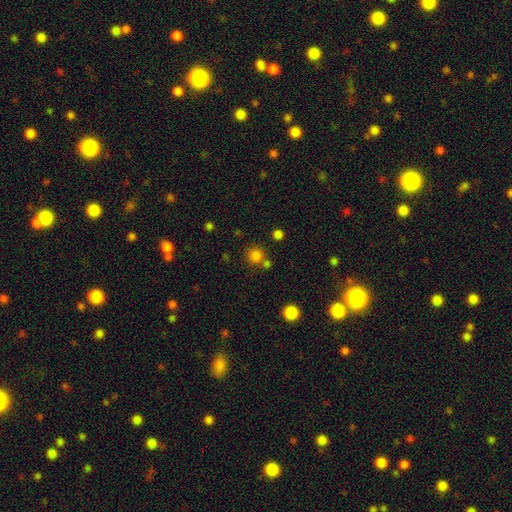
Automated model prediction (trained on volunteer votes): smooth-or-featured: smooth: 80% | star or artifact: 15% | featured or disk: 5%
  how-rounded: round: 92% | in between: 8% | cigar-shaped: 1%
  merging: none: 70% | merger: 19% | minor disturbance: 8% | major disturbance: 3%